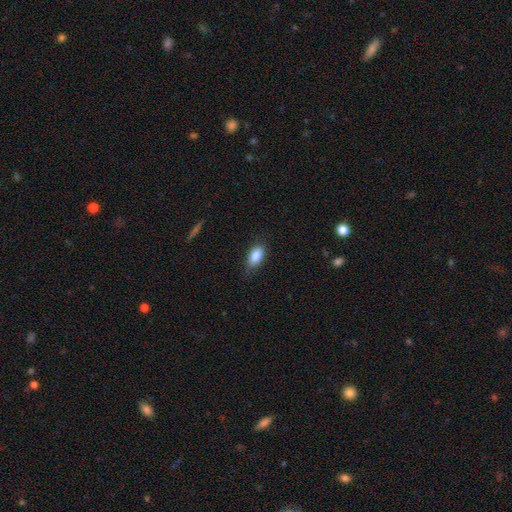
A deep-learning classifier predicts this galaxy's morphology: type=smooth (85%); roundness=in between (88%); merging=none (70%).